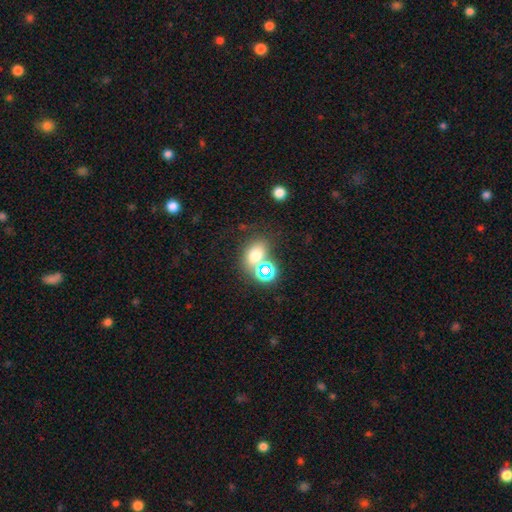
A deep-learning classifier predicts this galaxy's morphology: Smooth or featured: smooth — 64% (star or artifact — 24%)
How rounded: in between — 61% (round — 37%)
Merging: none — 58% (merger — 24%)